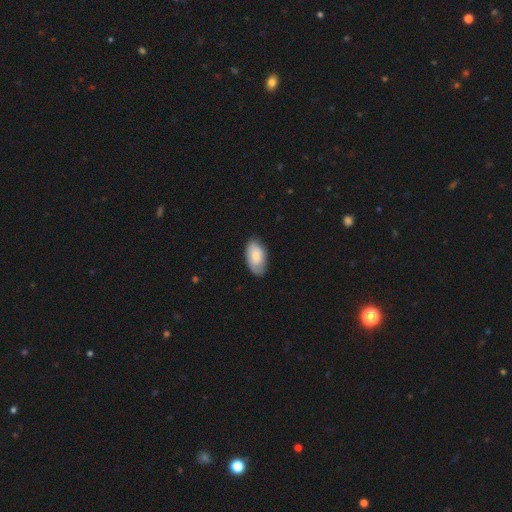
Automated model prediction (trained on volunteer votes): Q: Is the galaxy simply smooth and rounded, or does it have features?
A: smooth — 76%.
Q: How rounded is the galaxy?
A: in between — 95%.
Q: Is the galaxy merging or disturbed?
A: none — 74%.